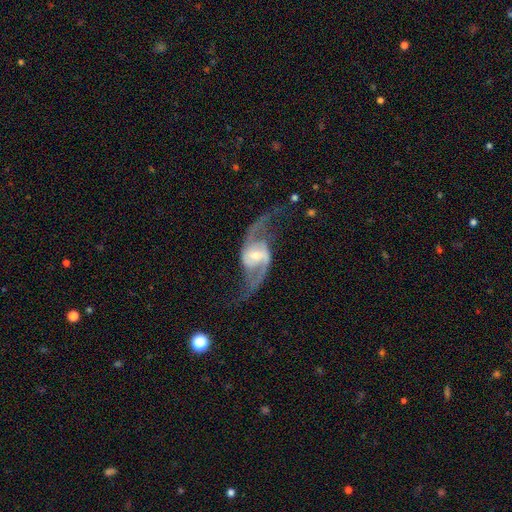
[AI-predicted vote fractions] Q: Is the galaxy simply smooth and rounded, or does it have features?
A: featured or disk — 91%.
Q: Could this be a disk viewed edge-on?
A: no — 97%.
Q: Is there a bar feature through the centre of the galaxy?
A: weak — 47%.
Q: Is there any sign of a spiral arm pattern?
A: yes — 97%.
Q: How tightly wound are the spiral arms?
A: loose — 73%.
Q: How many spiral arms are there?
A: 2 — 94%.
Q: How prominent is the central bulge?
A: moderate — 47%.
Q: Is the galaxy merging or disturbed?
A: none — 70%.